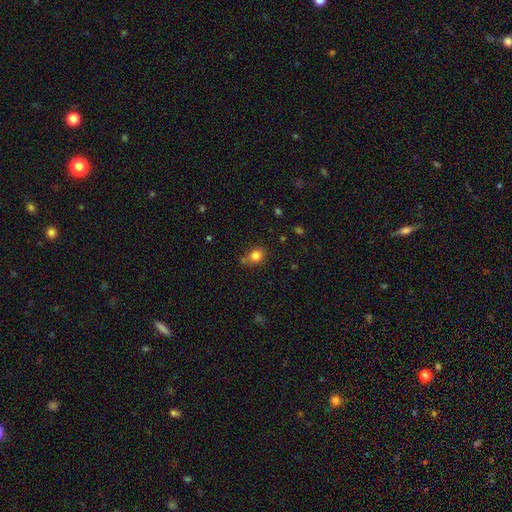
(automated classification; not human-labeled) smooth 81%, star or artifact 12%, featured or disk 6%. Down the decision tree: how rounded — round (74%); merging — none (70%).